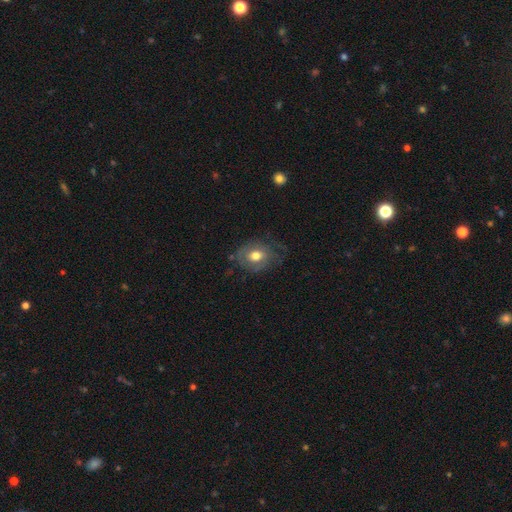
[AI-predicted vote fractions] Smooth or featured? Predicted: smooth (p=0.58). How rounded? Predicted: in between (p=0.53). Merging? Predicted: none (p=0.57).